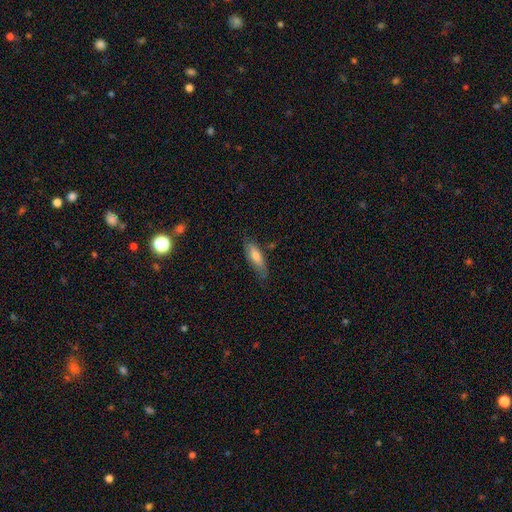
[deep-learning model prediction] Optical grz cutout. It shows a smooth galaxy with no disk features (69%) that is in between round and cigar-shaped (52%). Merging: none (72%).